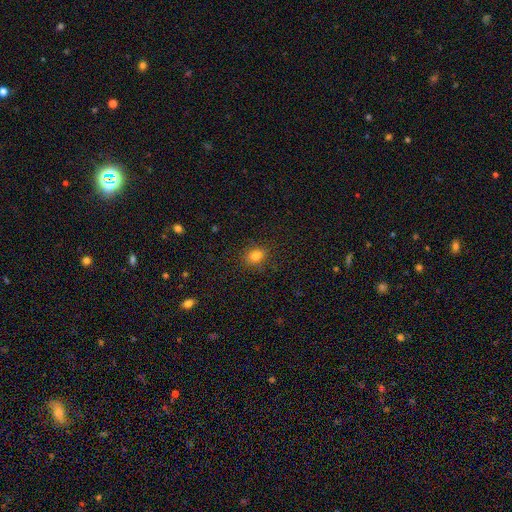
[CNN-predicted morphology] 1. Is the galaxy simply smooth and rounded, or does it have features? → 81% smooth, 14% star or artifact, 5% featured or disk.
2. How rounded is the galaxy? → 53% in between, 46% round, 1% cigar-shaped.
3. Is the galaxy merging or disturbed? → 81% none, 13% minor disturbance, 4% major disturbance, 2% merger.